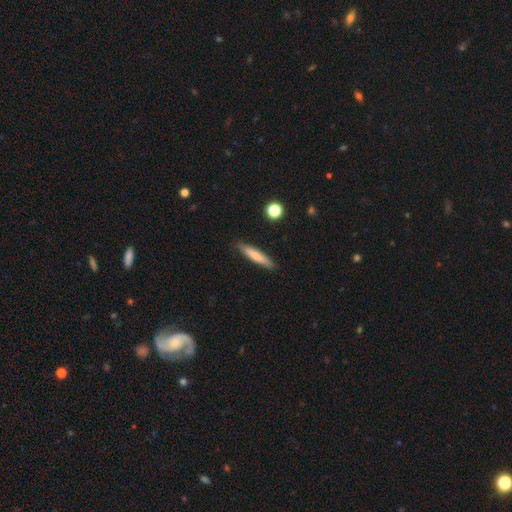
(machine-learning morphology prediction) Smooth or featured: smooth — 74% (featured or disk — 20%)
How rounded: cigar-shaped — 88% (in between — 11%)
Merging: none — 88% (minor disturbance — 9%)